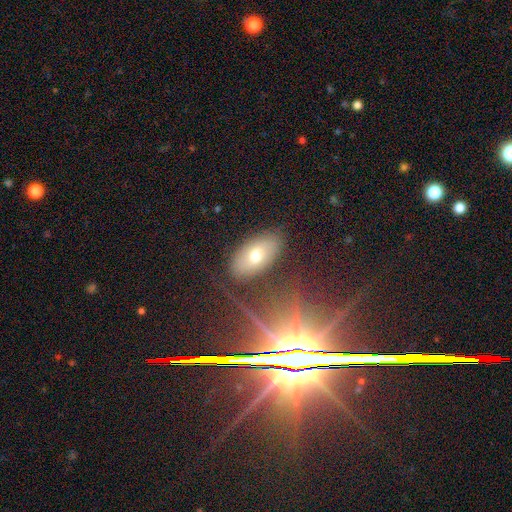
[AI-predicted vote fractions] Smooth or featured: smooth — 66% (featured or disk — 22%)
How rounded: in between — 90% (round — 6%)
Merging: none — 81% (minor disturbance — 12%)